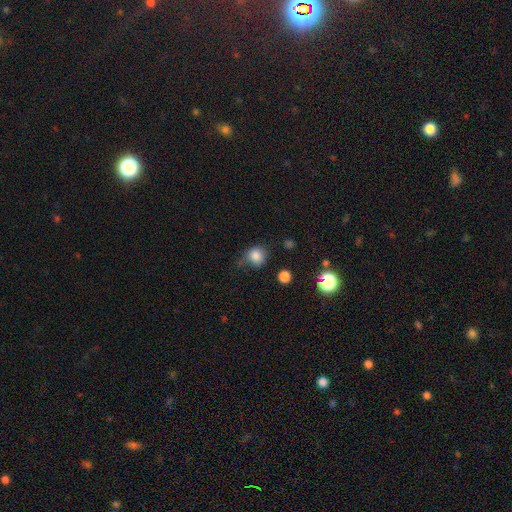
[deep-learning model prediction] A smooth galaxy with no disk features (83%) that is round (82%). Merging: none (59%).